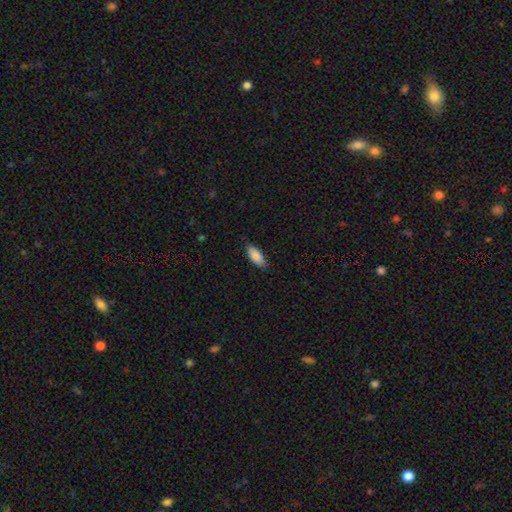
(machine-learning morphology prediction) smooth 86%, featured or disk 8%, star or artifact 6%. Down the decision tree: how rounded — in between (80%); merging — none (82%).